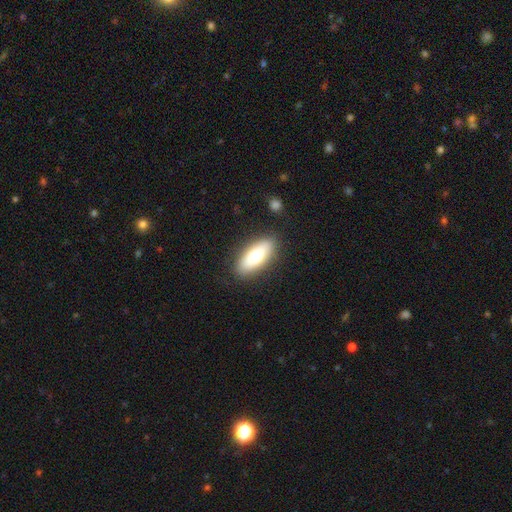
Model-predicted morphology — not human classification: A smooth galaxy with no disk features (67%) that is in between round and cigar-shaped (80%).

Vote fractions:
- Smooth or featured? smooth: 67% / featured or disk: 27% / star or artifact: 6%
- How rounded? in between: 80% / cigar-shaped: 17% / round: 3%
- Merging? none: 86% / minor disturbance: 9% / major disturbance: 3% / merger: 2%